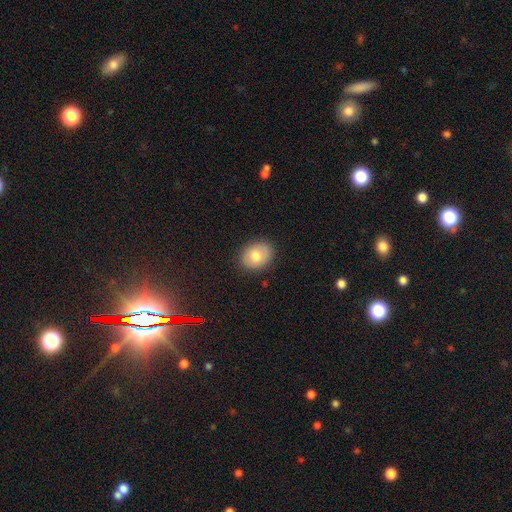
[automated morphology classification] Smooth or featured? smooth (71%)
How rounded? in between (55%)
Merging? none (87%)